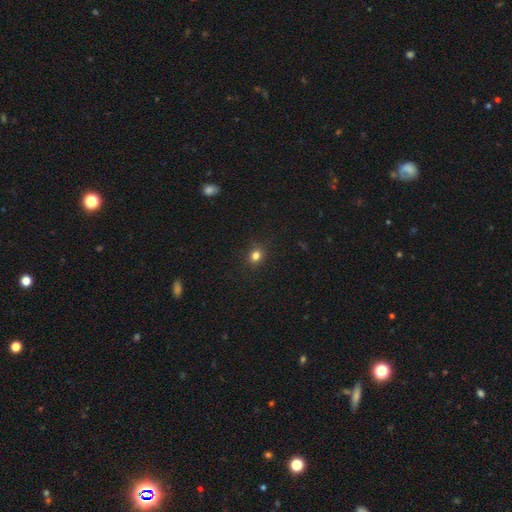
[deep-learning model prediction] Smooth or featured: smooth — 80% (star or artifact — 15%)
How rounded: round — 75% (in between — 24%)
Merging: none — 88% (minor disturbance — 9%)